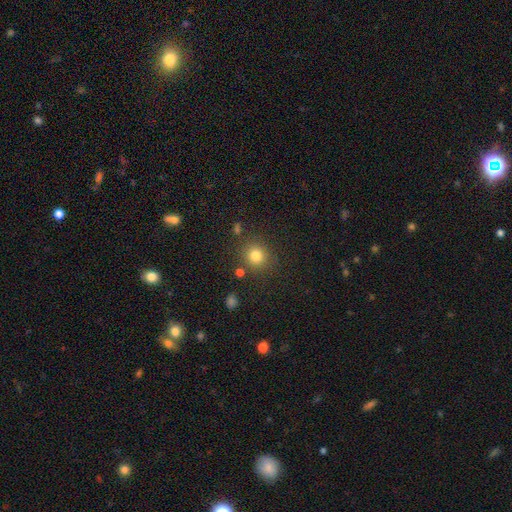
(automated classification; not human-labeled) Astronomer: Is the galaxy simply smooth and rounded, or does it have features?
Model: smooth — 80%.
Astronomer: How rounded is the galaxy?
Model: round — 87%.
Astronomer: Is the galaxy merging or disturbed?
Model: none — 82%.